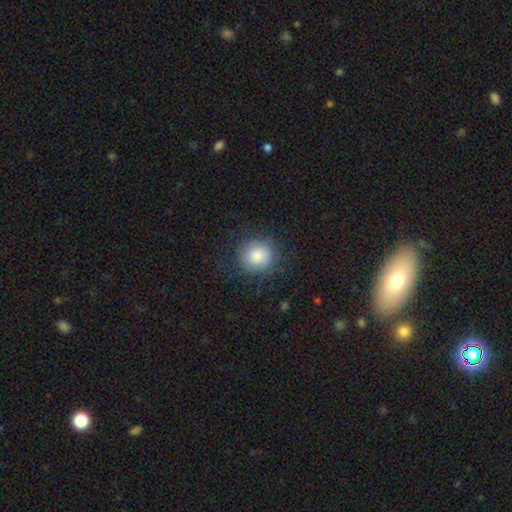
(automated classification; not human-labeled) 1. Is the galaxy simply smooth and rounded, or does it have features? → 84% smooth, 9% star or artifact, 7% featured or disk.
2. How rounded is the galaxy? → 90% round, 9% in between, 1% cigar-shaped.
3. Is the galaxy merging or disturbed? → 83% none, 12% minor disturbance, 4% major disturbance, 1% merger.